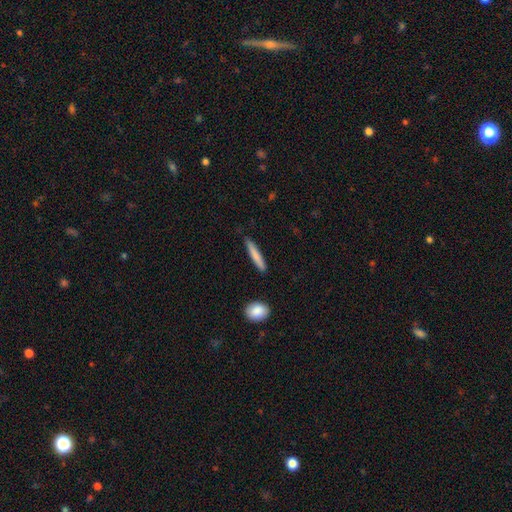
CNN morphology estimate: smooth 76%, featured or disk 18%, star or artifact 6%. Down the decision tree: how rounded — cigar-shaped (93%); merging — none (87%).